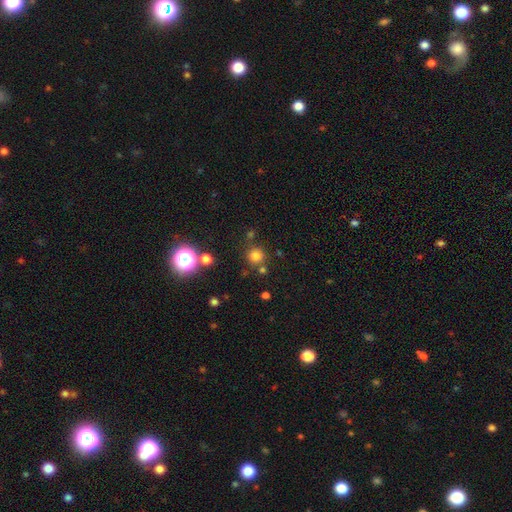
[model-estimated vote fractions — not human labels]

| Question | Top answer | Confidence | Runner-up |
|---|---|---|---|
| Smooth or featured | smooth | 74% | star or artifact (19%) |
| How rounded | round | 92% | in between (7%) |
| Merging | none | 77% | merger (10%) |